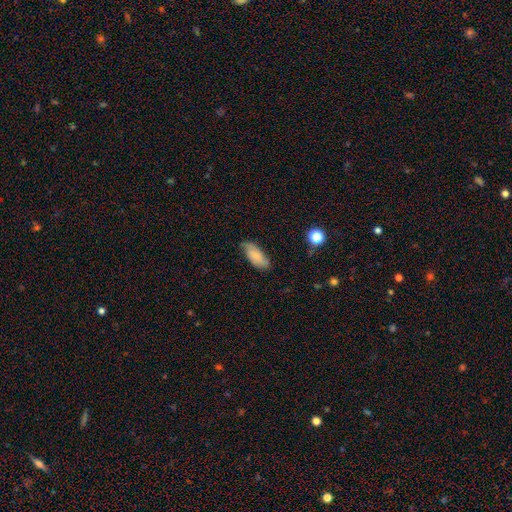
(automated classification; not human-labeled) A smooth galaxy with no disk features (64%) that is in between round and cigar-shaped (85%). Merging: none (72%).